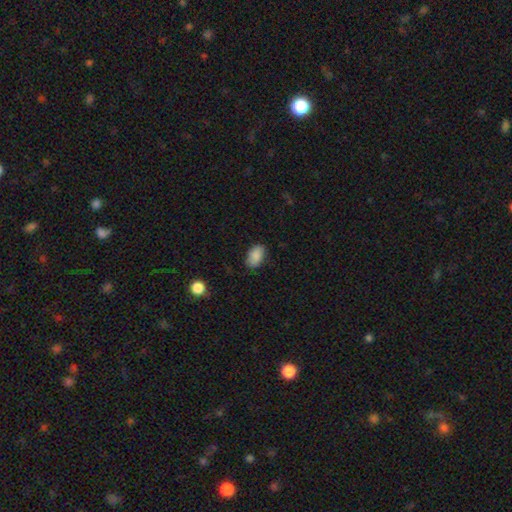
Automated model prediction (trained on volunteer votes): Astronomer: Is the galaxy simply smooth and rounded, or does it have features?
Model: smooth — 87%.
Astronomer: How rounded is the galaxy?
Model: in between — 90%.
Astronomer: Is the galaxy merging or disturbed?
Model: none — 79%.